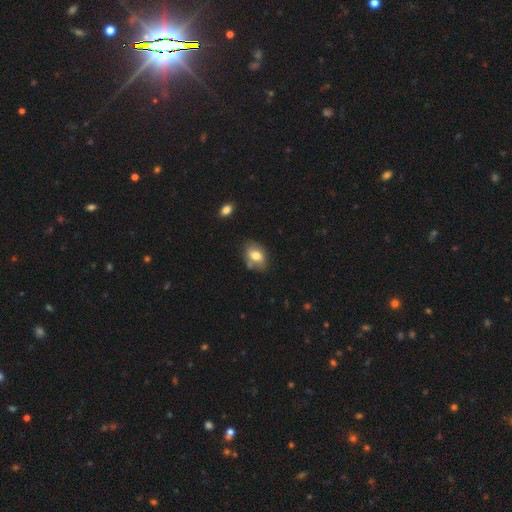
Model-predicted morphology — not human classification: smooth-or-featured: smooth: 72% | featured or disk: 20% | star or artifact: 8%
  how-rounded: in between: 80% | round: 19% | cigar-shaped: 2%
  merging: none: 71% | minor disturbance: 19% | merger: 6% | major disturbance: 4%